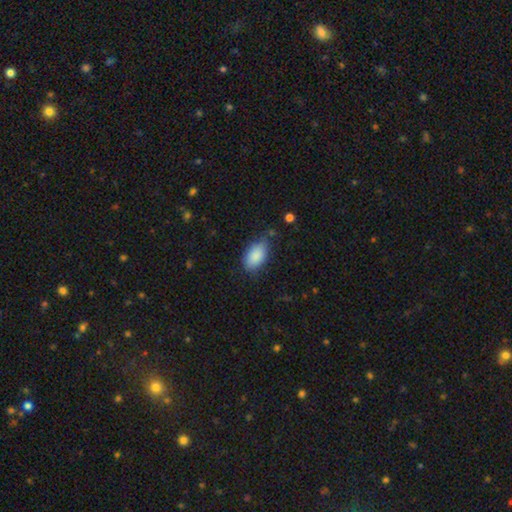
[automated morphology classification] Smooth or featured: smooth — 88% (star or artifact — 7%)
How rounded: in between — 93% (round — 5%)
Merging: none — 71% (minor disturbance — 22%)